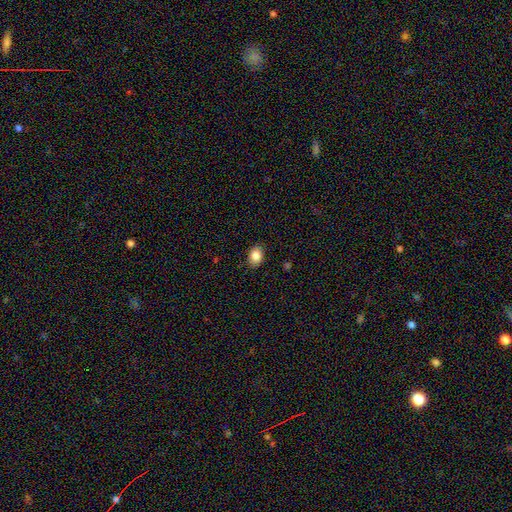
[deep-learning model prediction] A smooth galaxy with no disk features (86%) that is in between round and cigar-shaped (76%).

Vote fractions:
- Smooth or featured? smooth: 86% / star or artifact: 8% / featured or disk: 6%
- How rounded? in between: 76% / round: 23% / cigar-shaped: 1%
- Merging? none: 88% / minor disturbance: 9% / major disturbance: 2% / merger: 1%